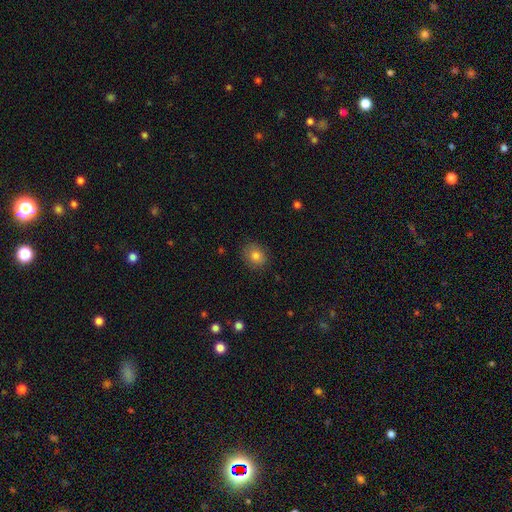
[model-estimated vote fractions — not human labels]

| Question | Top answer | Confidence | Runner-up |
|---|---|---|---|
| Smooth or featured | smooth | 82% | star or artifact (10%) |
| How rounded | round | 67% | in between (33%) |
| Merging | none | 86% | minor disturbance (10%) |